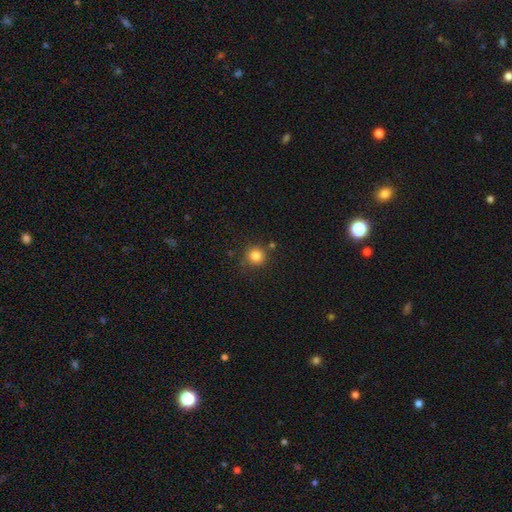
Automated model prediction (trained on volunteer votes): Smooth or featured? Predicted: smooth (p=0.83). How rounded? Predicted: round (p=0.93). Merging? Predicted: none (p=0.82).